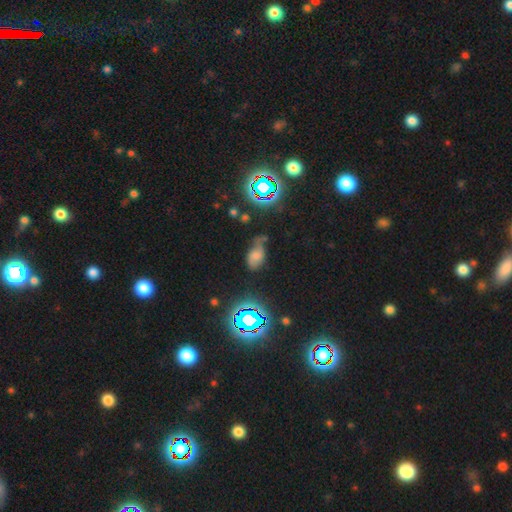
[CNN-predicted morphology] smooth-or-featured: smooth: 56% | star or artifact: 28% | featured or disk: 16%
  how-rounded: in between: 86% | round: 11% | cigar-shaped: 3%
  merging: none: 42% | minor disturbance: 34% | major disturbance: 17% | merger: 8%